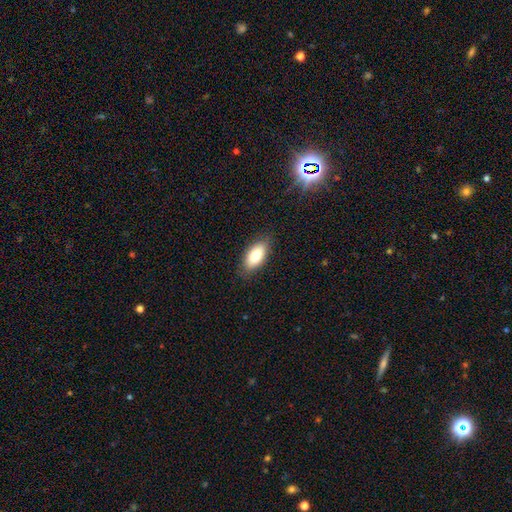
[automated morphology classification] This is clearly a smooth galaxy (84%). How rounded: clearly in between (89%). Merging: clearly none (84%).